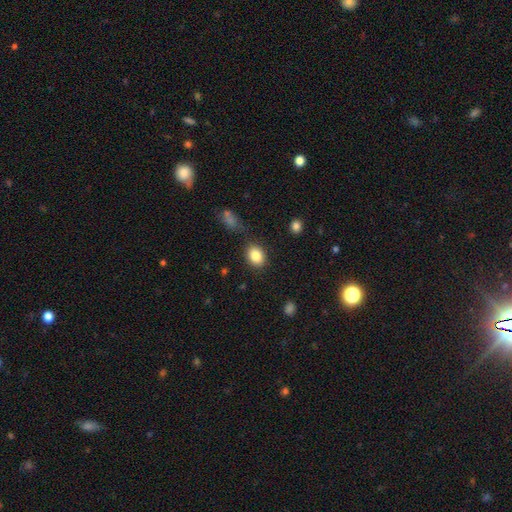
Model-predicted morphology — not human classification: This is clearly a smooth galaxy (84%). How rounded: possibly in between (55%). Merging: clearly none (82%).